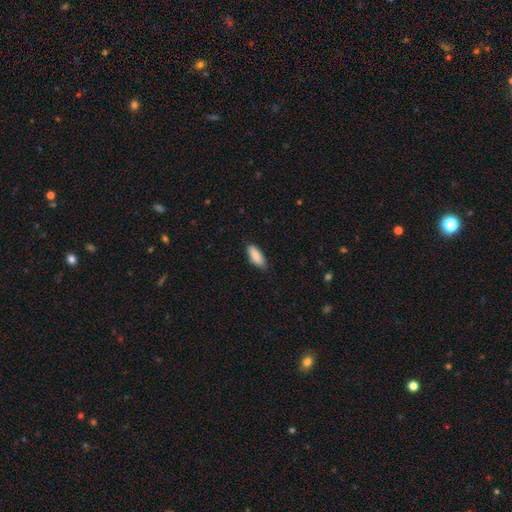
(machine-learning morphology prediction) Smooth or featured?
  - smooth: 86% *
  - featured or disk: 8%
  - star or artifact: 6%
How rounded?
  - in between: 77% *
  - cigar-shaped: 22%
  - round: 2%
Merging?
  - none: 85% *
  - minor disturbance: 12%
  - major disturbance: 2%
  - merger: 1%